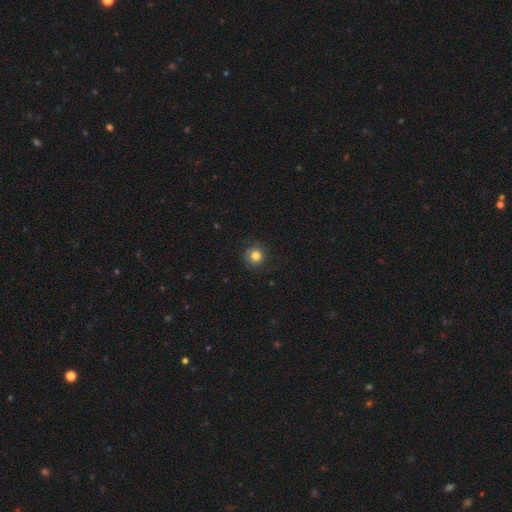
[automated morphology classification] Smooth or featured?
  - smooth: 80% *
  - star or artifact: 12%
  - featured or disk: 8%
How rounded?
  - round: 93% *
  - in between: 6%
  - cigar-shaped: 1%
Merging?
  - none: 83% *
  - minor disturbance: 12%
  - major disturbance: 4%
  - merger: 1%